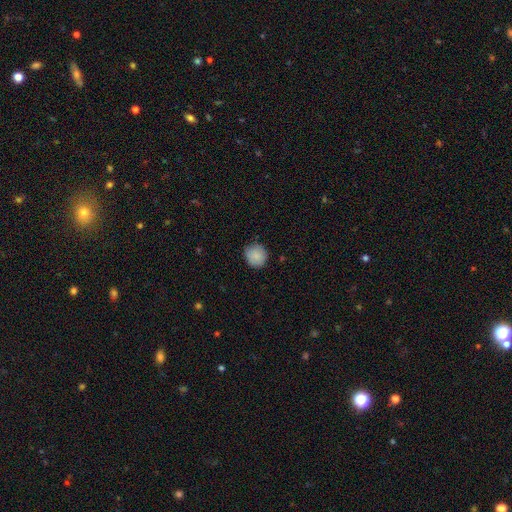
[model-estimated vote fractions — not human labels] Smooth or featured: smooth — 87% (star or artifact — 8%)
How rounded: round — 88% (in between — 11%)
Merging: none — 80% (minor disturbance — 16%)